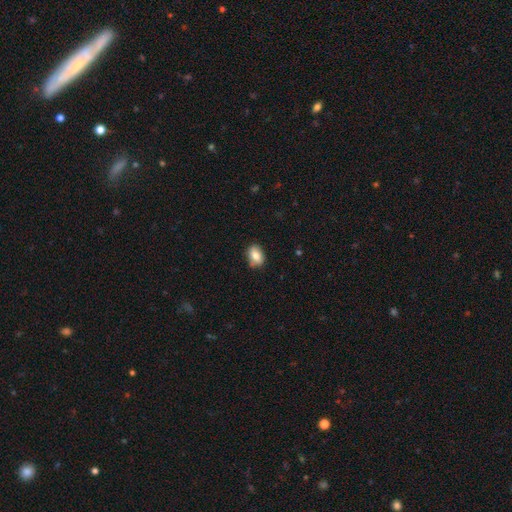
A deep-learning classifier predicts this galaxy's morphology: Smooth or featured? smooth (75%)
How rounded? in between (75%)
Merging? none (80%)